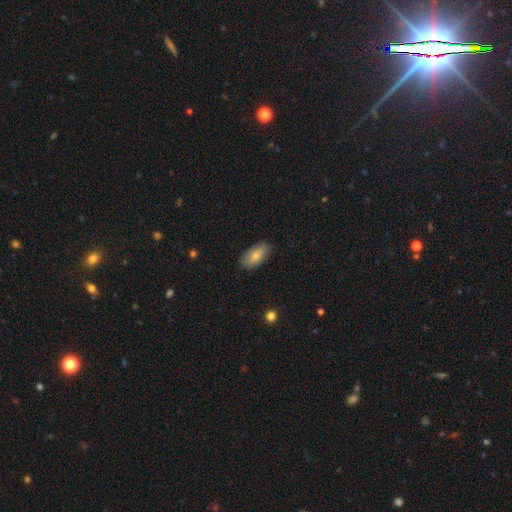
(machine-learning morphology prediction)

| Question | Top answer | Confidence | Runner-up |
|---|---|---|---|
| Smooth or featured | smooth | 78% | featured or disk (15%) |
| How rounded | in between | 93% | cigar-shaped (4%) |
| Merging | none | 79% | minor disturbance (17%) |